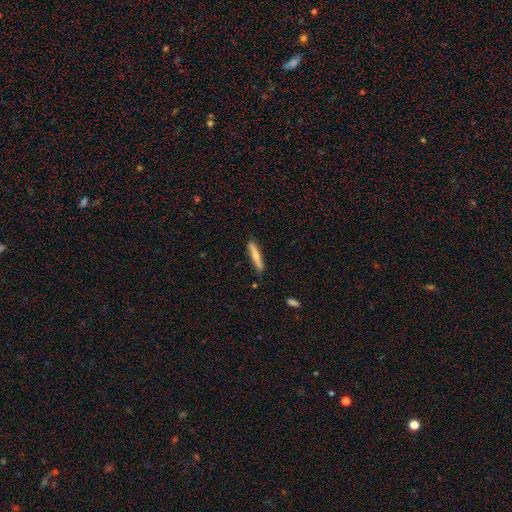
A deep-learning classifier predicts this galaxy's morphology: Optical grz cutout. It shows a smooth galaxy with no disk features (57%) that is cigar-shaped (91%). Merging: none (85%).